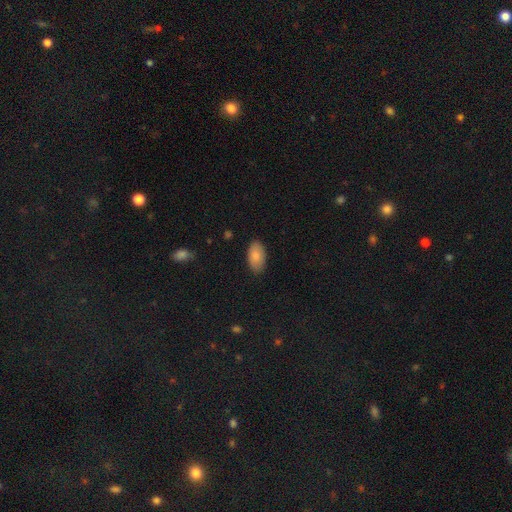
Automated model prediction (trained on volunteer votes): Smooth or featured? smooth (87%)
How rounded? in between (95%)
Merging? none (86%)